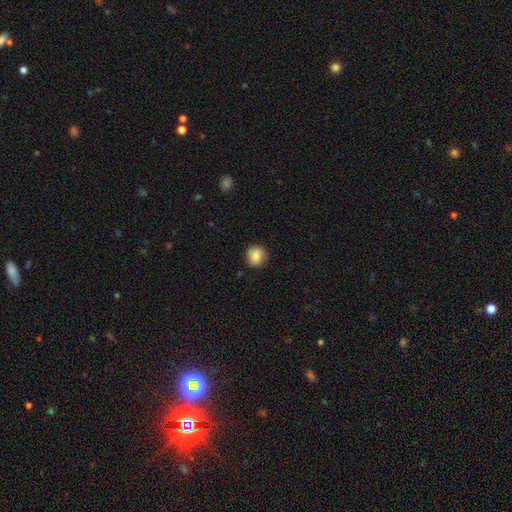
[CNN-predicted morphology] smooth-or-featured: smooth: 83% | star or artifact: 9% | featured or disk: 8%
  how-rounded: round: 82% | in between: 17% | cigar-shaped: 1%
  merging: none: 86% | minor disturbance: 10% | major disturbance: 2% | merger: 1%